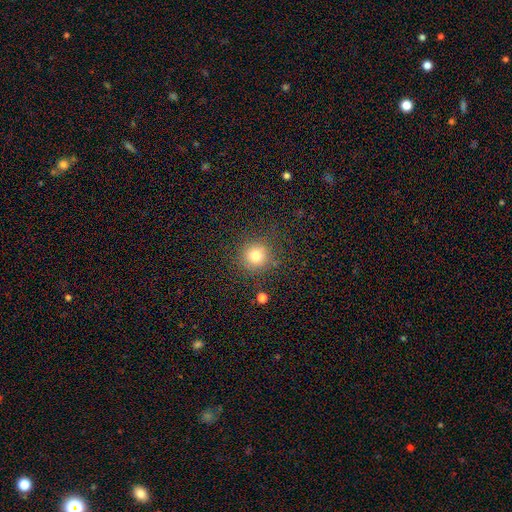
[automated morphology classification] type=smooth (78%); roundness=round (94%); merging=none (84%).